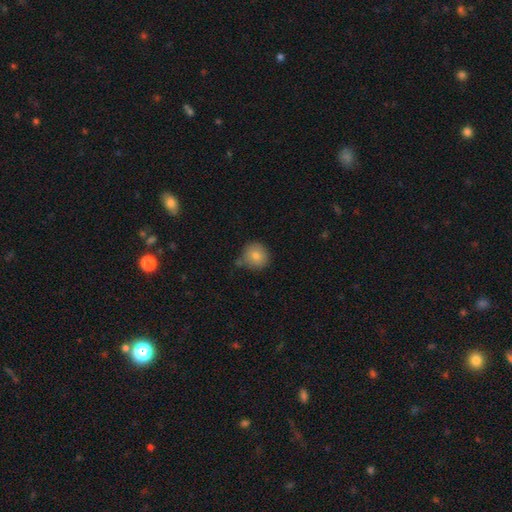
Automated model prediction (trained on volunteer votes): Q: Smooth or featured?
A: smooth (80%); runner-up: star or artifact (10%)
Q: How rounded?
A: round (93%); runner-up: in between (6%)
Q: Merging?
A: none (70%); runner-up: minor disturbance (19%)